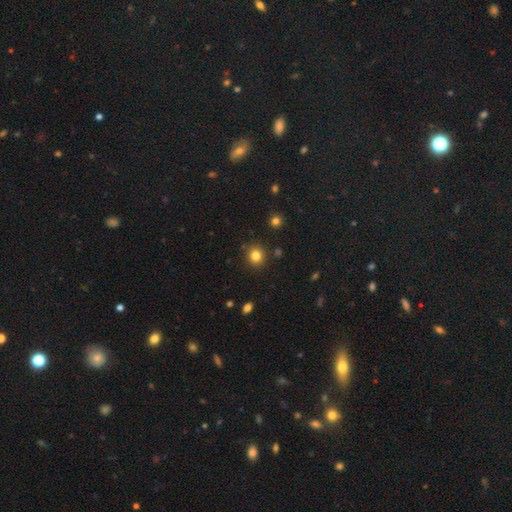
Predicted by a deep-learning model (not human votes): Smooth or featured?
  - smooth: 82% *
  - star or artifact: 13%
  - featured or disk: 6%
How rounded?
  - round: 85% *
  - in between: 14%
  - cigar-shaped: 1%
Merging?
  - none: 88% *
  - minor disturbance: 7%
  - merger: 3%
  - major disturbance: 2%